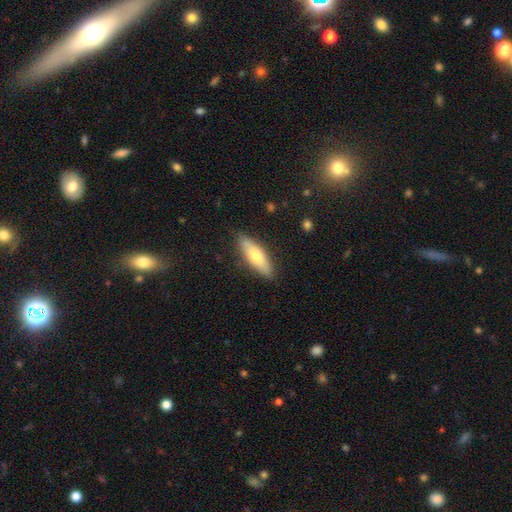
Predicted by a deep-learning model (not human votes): smooth_or_featured: smooth (p=0.66) [alt: featured or disk p=0.29]
how_rounded: in between (p=0.51) [alt: cigar-shaped p=0.47]
merging: none (p=0.86) [alt: minor disturbance p=0.11]